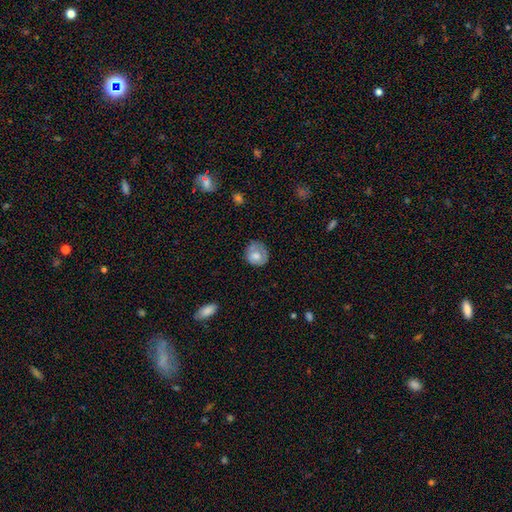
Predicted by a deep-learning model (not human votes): smooth-or-featured: smooth: 68% | featured or disk: 25% | star or artifact: 7%
  how-rounded: round: 73% | in between: 26% | cigar-shaped: 1%
  merging: none: 62% | minor disturbance: 26% | major disturbance: 10% | merger: 2%